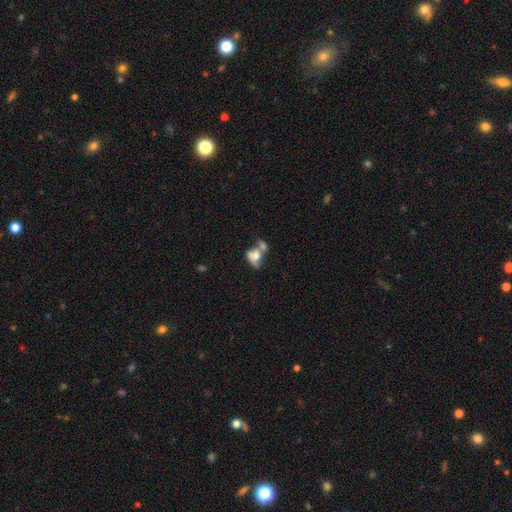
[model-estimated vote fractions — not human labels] This is possibly a smooth galaxy (57%). How rounded: likely in between (70%). Merging: likely merger (60%).